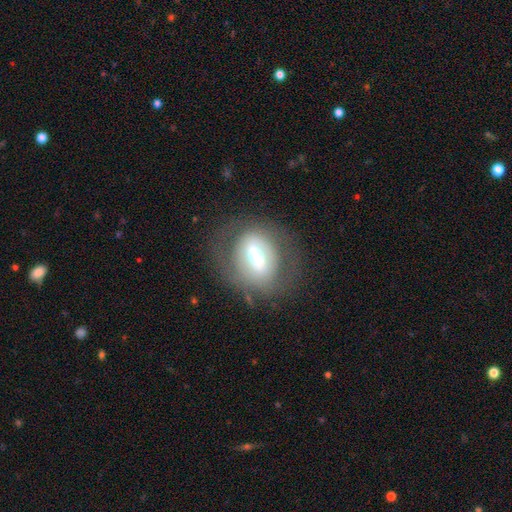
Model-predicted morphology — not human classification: type=featured or disk (57%); edge-on=no (89%); bar=strong (44%); spiral arms=no (56%); bulge=moderate (61%); merging=none (68%).